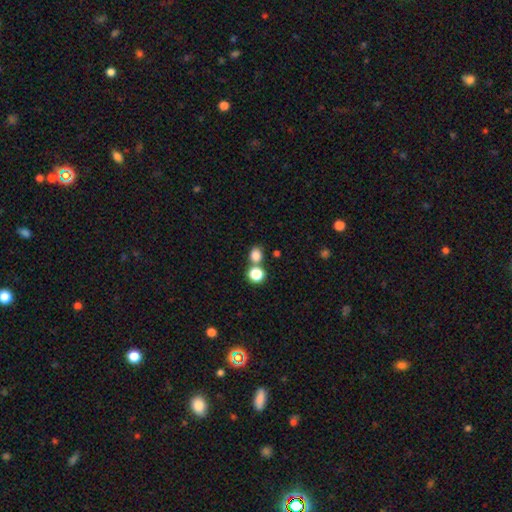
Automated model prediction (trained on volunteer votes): Q: Smooth or featured?
A: smooth (80%); runner-up: star or artifact (14%)
Q: How rounded?
A: round (66%); runner-up: in between (33%)
Q: Merging?
A: none (59%); runner-up: merger (29%)